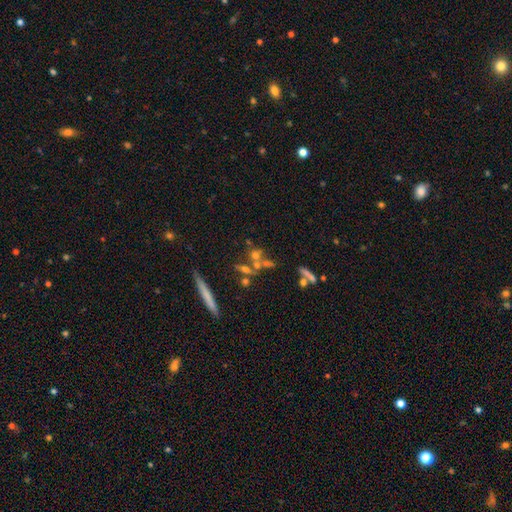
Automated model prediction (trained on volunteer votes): The model was most divided on "merging": none: 46%, merger: 36%, minor disturbance: 10%, major disturbance: 7%. Remaining: smooth or featured — smooth (48%).